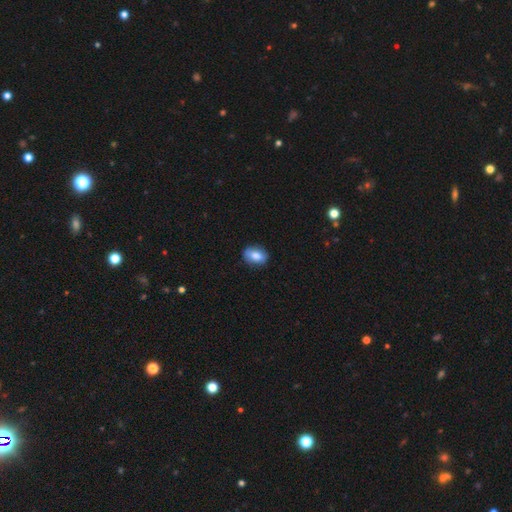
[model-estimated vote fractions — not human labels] A smooth galaxy with no disk features (79%) that is in between round and cigar-shaped (80%).

Vote fractions:
- Smooth or featured? smooth: 79% / featured or disk: 14% / star or artifact: 7%
- How rounded? in between: 80% / round: 18% / cigar-shaped: 2%
- Merging? none: 81% / minor disturbance: 15% / major disturbance: 3% / merger: 1%